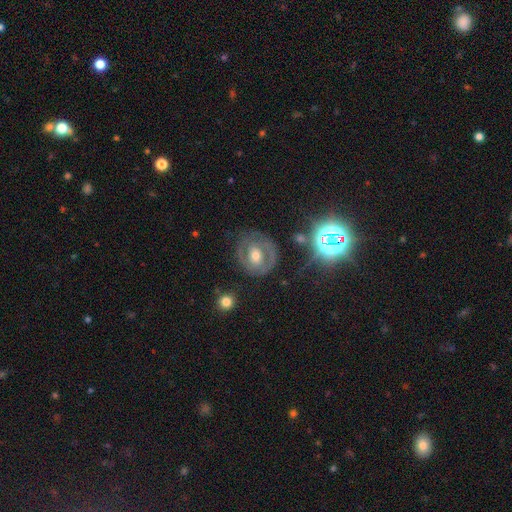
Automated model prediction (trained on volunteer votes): The model was most divided on "spiral arms": yes: 58%, no: 42%. Remaining: edge-on disk — no (96%); merging — none (71%); smooth or featured — featured or disk (68%); bulge size — moderate (66%); bar — no (49%).